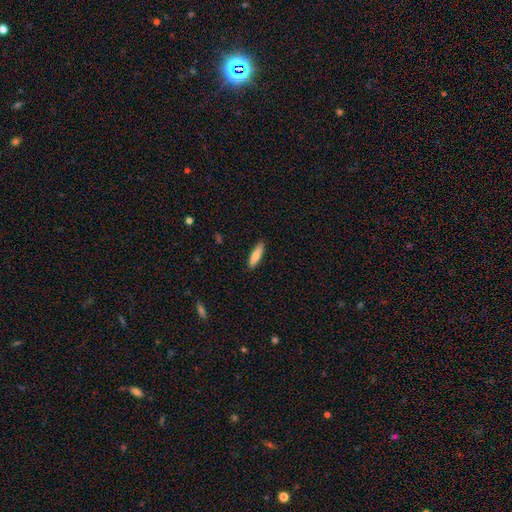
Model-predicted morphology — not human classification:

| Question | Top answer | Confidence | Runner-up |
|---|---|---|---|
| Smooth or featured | smooth | 77% | featured or disk (17%) |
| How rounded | cigar-shaped | 62% | in between (36%) |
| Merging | none | 88% | minor disturbance (9%) |